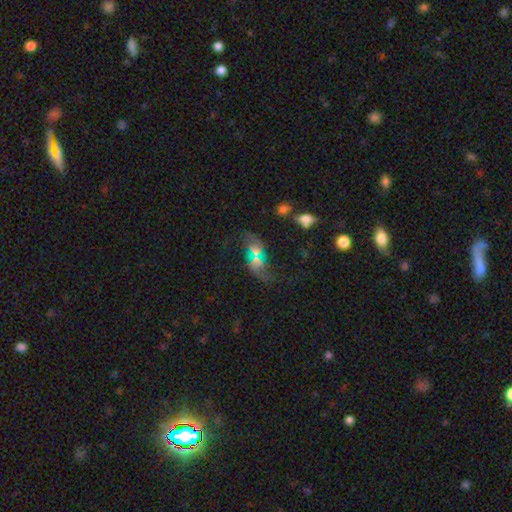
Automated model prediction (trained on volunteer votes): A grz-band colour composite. It shows a featured or disk galaxy (44%). Merging: none (53%).